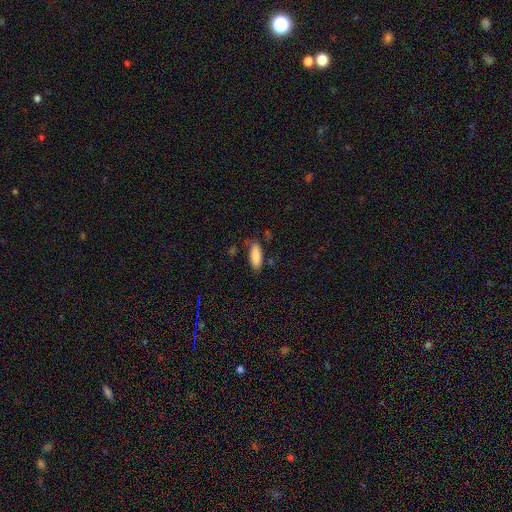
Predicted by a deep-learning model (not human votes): Q: Smooth or featured?
A: smooth (86%); runner-up: featured or disk (7%)
Q: How rounded?
A: in between (76%); runner-up: cigar-shaped (22%)
Q: Merging?
A: none (69%); runner-up: minor disturbance (22%)